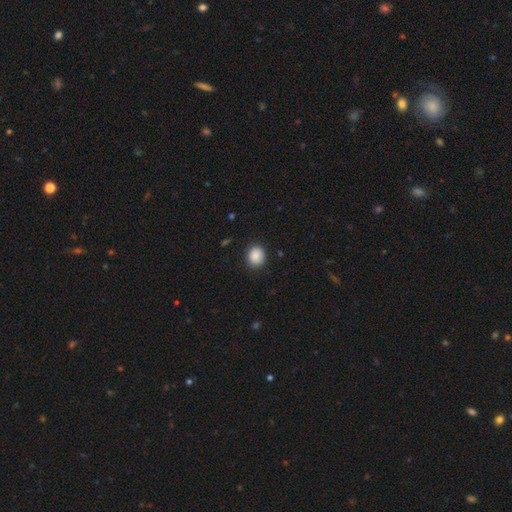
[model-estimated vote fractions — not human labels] smooth 88%, star or artifact 8%, featured or disk 4%. Down the decision tree: how rounded — round (71%); merging — none (85%).